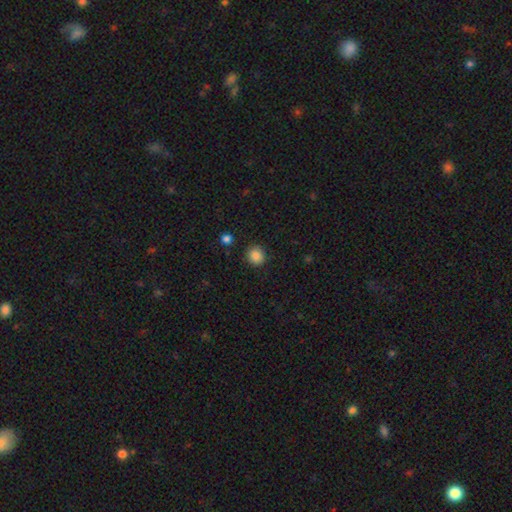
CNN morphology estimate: Smooth or featured: smooth — 86% (star or artifact — 10%)
How rounded: round — 90% (in between — 9%)
Merging: none — 90% (minor disturbance — 6%)